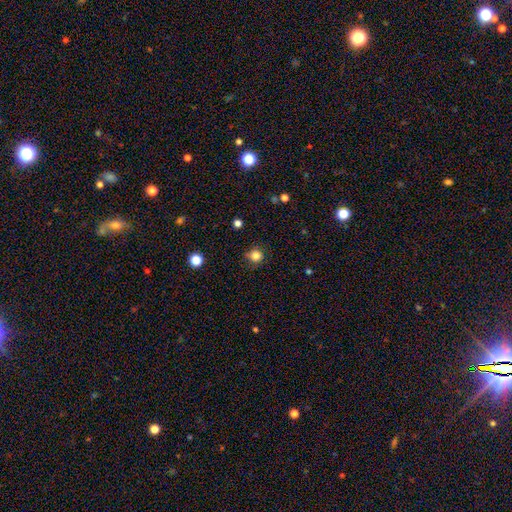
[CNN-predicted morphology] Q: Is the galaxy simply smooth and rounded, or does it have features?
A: smooth — 83%.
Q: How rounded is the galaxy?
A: round — 92%.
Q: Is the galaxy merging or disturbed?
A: none — 83%.